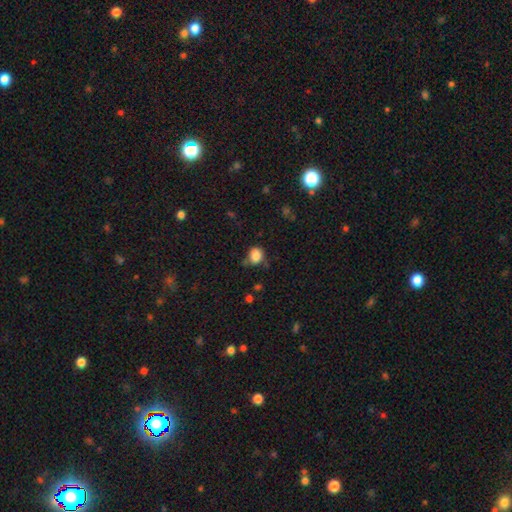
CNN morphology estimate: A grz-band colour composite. It shows a smooth galaxy with no disk features (84%) that is round (58%). Merging: none (60%).